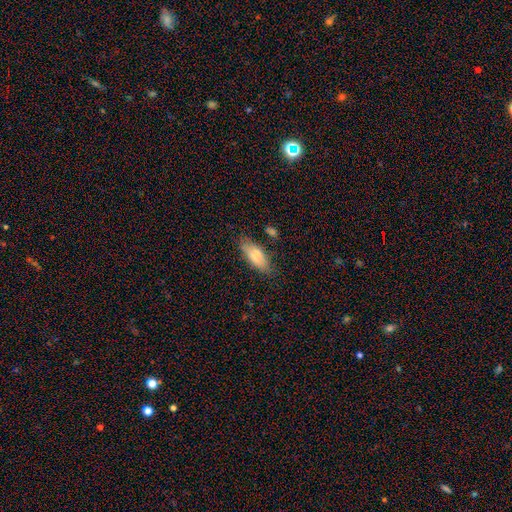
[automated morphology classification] smooth_or_featured: smooth (p=0.77) [alt: featured or disk p=0.16]
how_rounded: in between (p=0.75) [alt: cigar-shaped p=0.23]
merging: none (p=0.73) [alt: minor disturbance p=0.19]